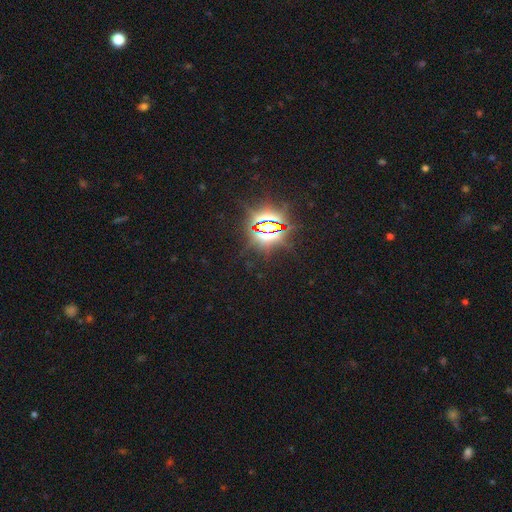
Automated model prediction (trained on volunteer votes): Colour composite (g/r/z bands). It shows a star or artifact, not a galaxy (85%).